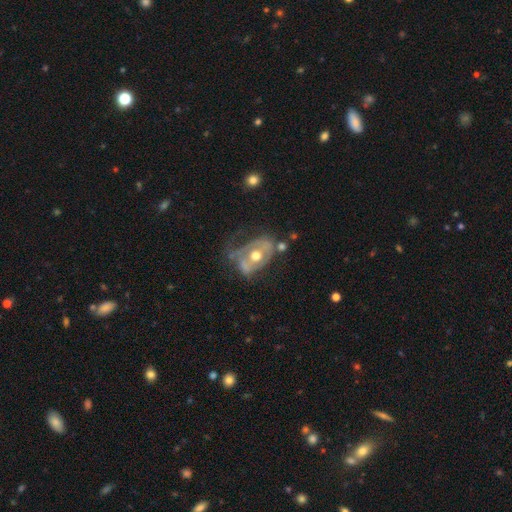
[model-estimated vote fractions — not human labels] This is likely a featured or disk galaxy (70%). It is clearly not viewed edge-on (94%). Bar: likely no (69%). Spiral arm pattern: possibly no (56%). Central bulge: likely moderate (75%). Merging: marginally none (33%).